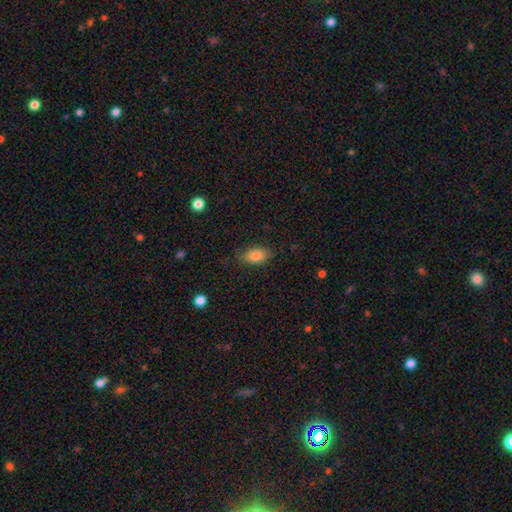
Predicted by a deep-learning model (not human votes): Smooth or featured: smooth — 84% (star or artifact — 8%)
How rounded: in between — 89% (round — 6%)
Merging: none — 81% (minor disturbance — 14%)